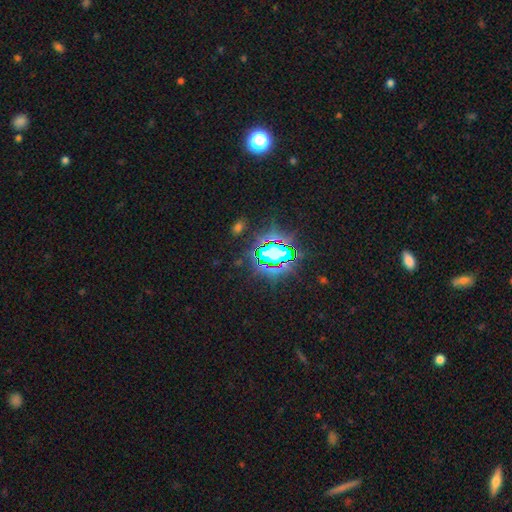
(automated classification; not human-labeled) This is likely a star or artifact rather than a galaxy (78%).